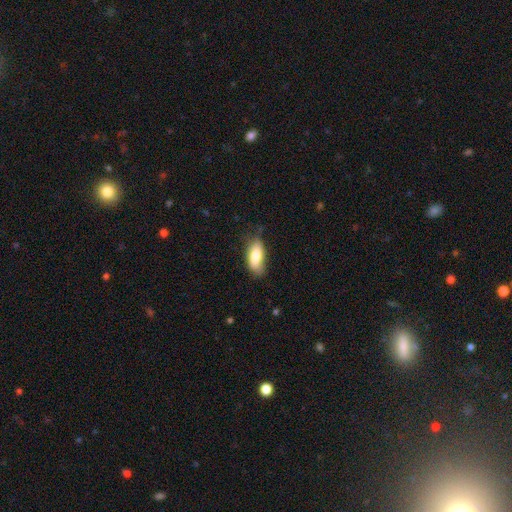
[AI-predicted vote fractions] Overall: smooth (80%). How rounded: in between (83%). Merging: none (65%; minor disturbance 27%).